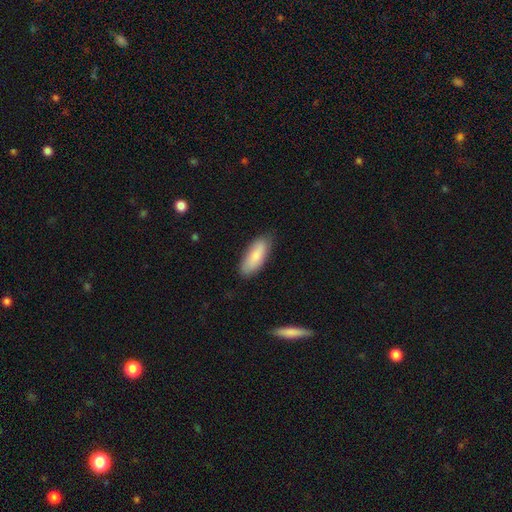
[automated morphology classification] smooth_or_featured: smooth (p=0.82) [alt: featured or disk p=0.12]
how_rounded: in between (p=0.78) [alt: cigar-shaped p=0.20]
merging: none (p=0.79) [alt: minor disturbance p=0.17]